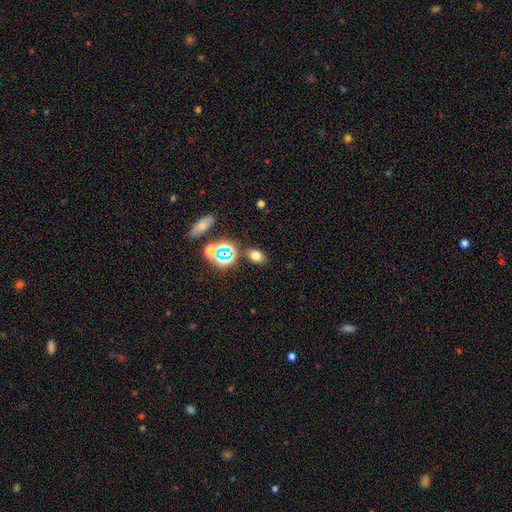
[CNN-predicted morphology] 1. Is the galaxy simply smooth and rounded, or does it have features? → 69% smooth, 22% star or artifact, 9% featured or disk.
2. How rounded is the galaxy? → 73% in between, 25% round, 2% cigar-shaped.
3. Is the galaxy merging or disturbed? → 80% none, 10% minor disturbance, 6% merger, 4% major disturbance.